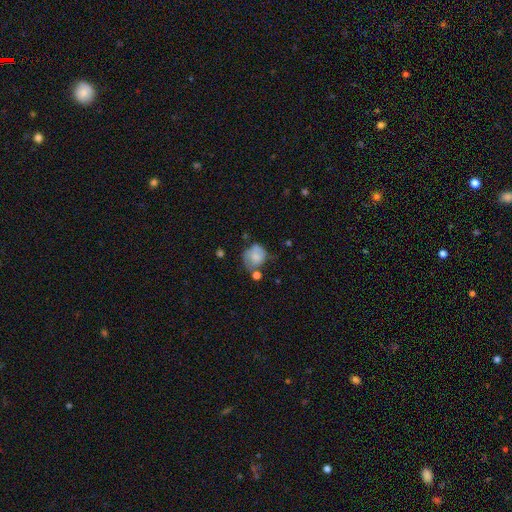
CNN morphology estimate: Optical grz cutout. It shows a smooth galaxy with no disk features (60%) that is round (63%). Merging: none (37%).